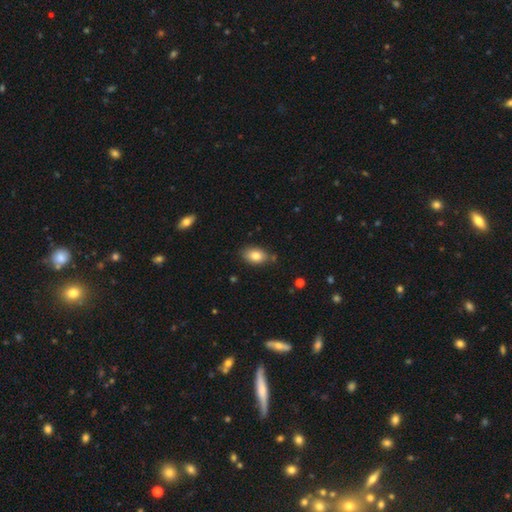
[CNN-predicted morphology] type=smooth (83%); roundness=in between (87%); merging=none (79%).